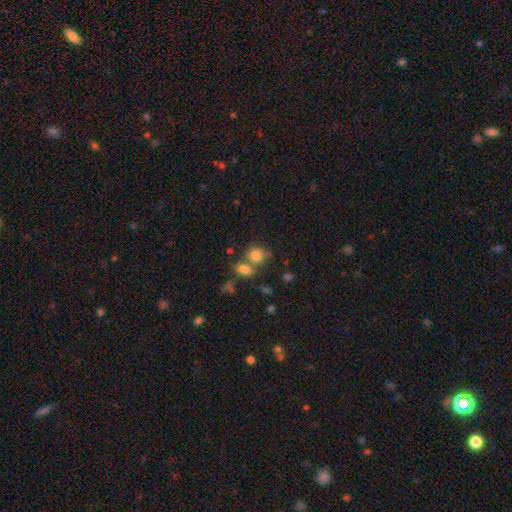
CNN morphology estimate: Q: Smooth or featured?
A: smooth (81%); runner-up: star or artifact (11%)
Q: How rounded?
A: round (68%); runner-up: in between (31%)
Q: Merging?
A: none (47%); runner-up: merger (37%)